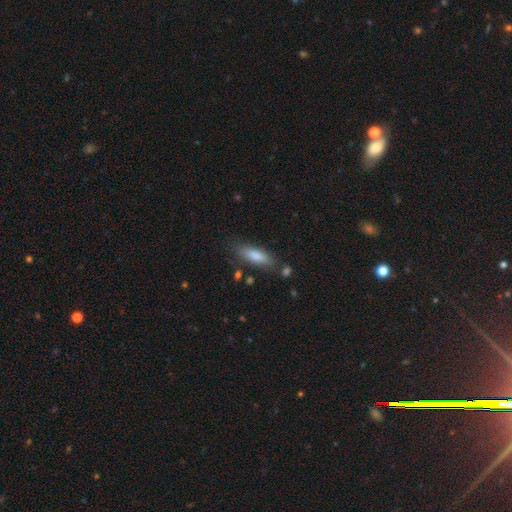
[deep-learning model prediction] Smooth or featured?
  - smooth: 82% *
  - featured or disk: 12%
  - star or artifact: 6%
How rounded?
  - in between: 57% *
  - cigar-shaped: 41%
  - round: 2%
Merging?
  - none: 76% *
  - minor disturbance: 15%
  - major disturbance: 4%
  - merger: 4%